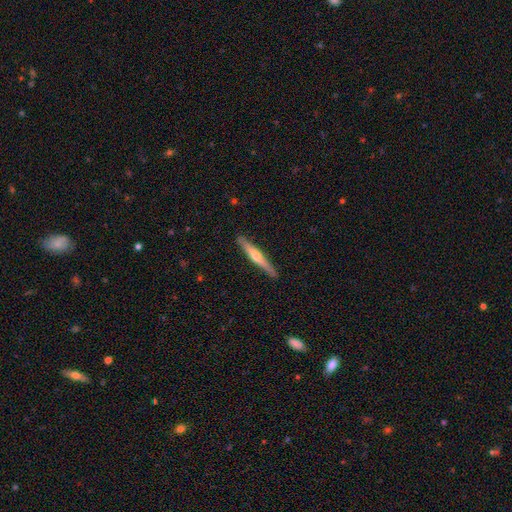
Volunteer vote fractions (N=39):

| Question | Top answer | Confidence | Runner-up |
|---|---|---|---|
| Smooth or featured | featured or disk | 74% | smooth (26%) |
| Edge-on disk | yes | 100% | — |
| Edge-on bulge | rounded | 93% | boxy (7%) |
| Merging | none | 92% | minor disturbance (5%) |